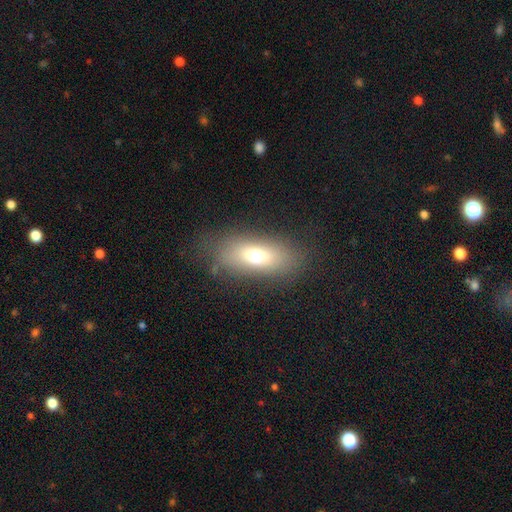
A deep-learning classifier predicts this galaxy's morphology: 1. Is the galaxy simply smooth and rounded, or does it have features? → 68% smooth, 20% featured or disk, 12% star or artifact.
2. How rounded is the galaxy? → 80% in between, 13% cigar-shaped, 7% round.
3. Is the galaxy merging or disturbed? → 76% none, 15% minor disturbance, 7% major disturbance, 2% merger.